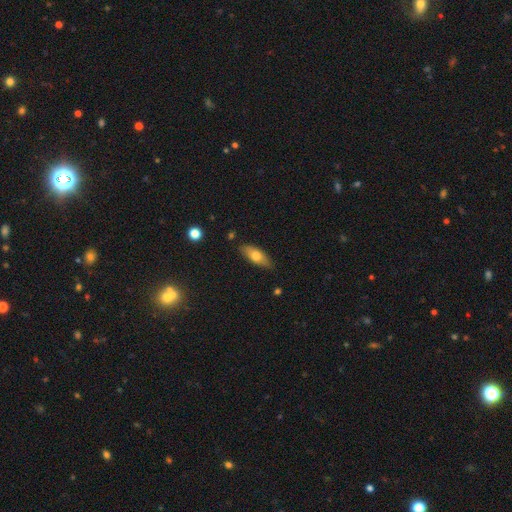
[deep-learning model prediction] Smooth or featured?
  - smooth: 67% *
  - featured or disk: 27%
  - star or artifact: 7%
How rounded?
  - in between: 74% *
  - cigar-shaped: 23%
  - round: 3%
Merging?
  - none: 84% *
  - minor disturbance: 12%
  - major disturbance: 2%
  - merger: 2%